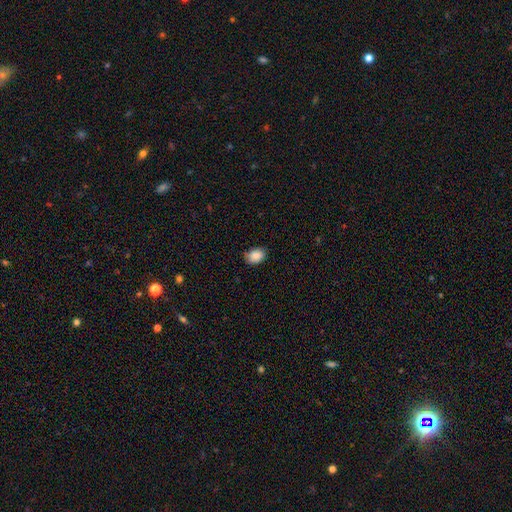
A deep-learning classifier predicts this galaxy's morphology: Smooth or featured?
  - smooth: 84% *
  - star or artifact: 8%
  - featured or disk: 8%
How rounded?
  - in between: 72% *
  - round: 27%
  - cigar-shaped: 1%
Merging?
  - none: 77% *
  - minor disturbance: 19%
  - major disturbance: 3%
  - merger: 1%